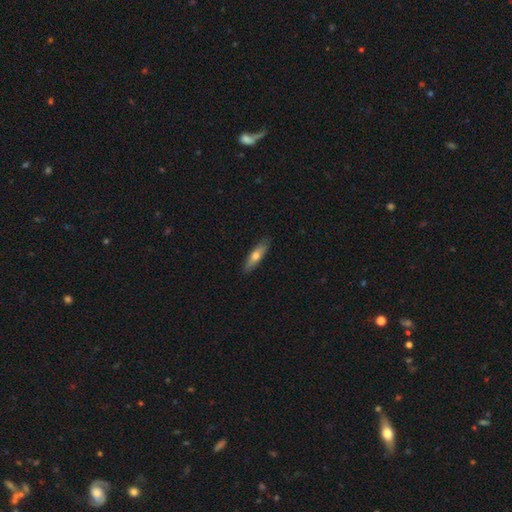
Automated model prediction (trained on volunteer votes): The model was most divided on "smooth or featured": smooth: 61%, featured or disk: 33%, star or artifact: 6%. More confident: merging — none (87%); how rounded — cigar-shaped (64%).